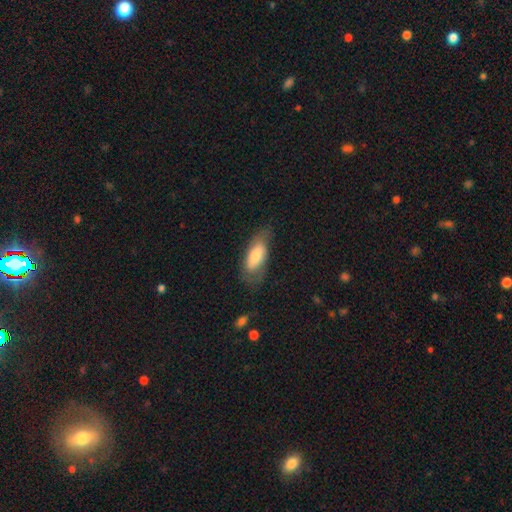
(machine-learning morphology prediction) smooth_or_featured: smooth (p=0.66) [alt: featured or disk p=0.28]
how_rounded: in between (p=0.78) [alt: cigar-shaped p=0.20]
merging: none (p=0.64) [alt: minor disturbance p=0.24]